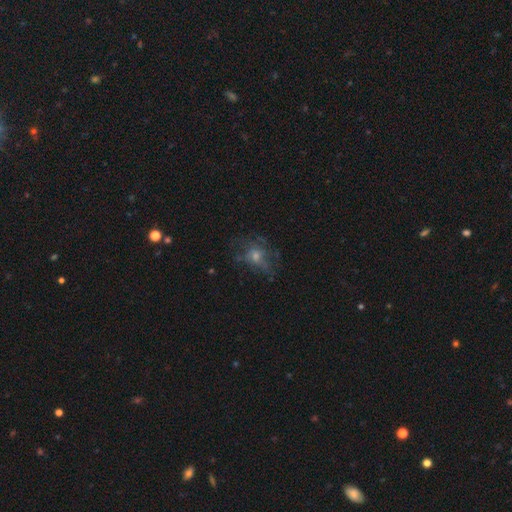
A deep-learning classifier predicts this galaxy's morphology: This is marginally a featured or disk galaxy (43%). Merging: possibly none (54%).